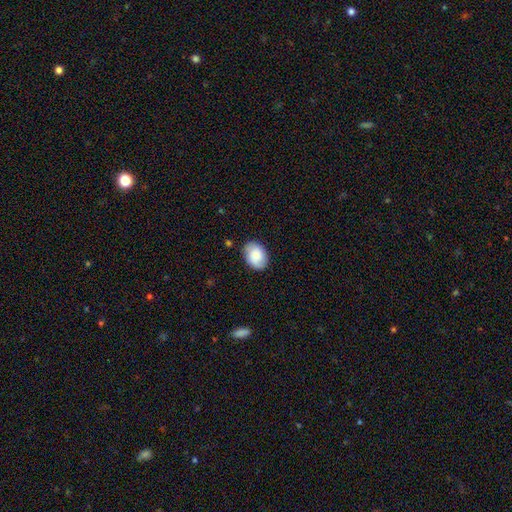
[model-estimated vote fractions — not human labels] Overall: smooth (78%). How rounded: in between (76%). Merging: none (81%).